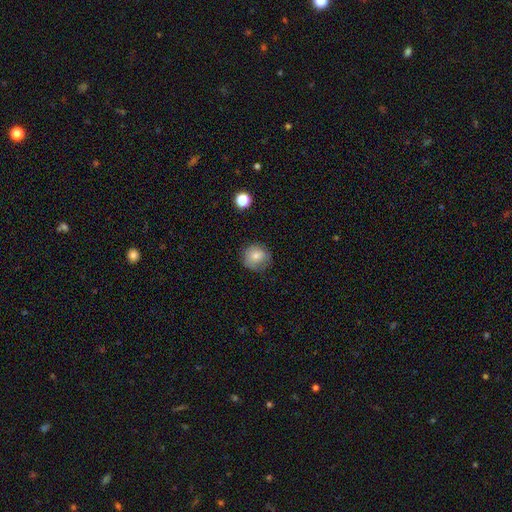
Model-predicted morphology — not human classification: This is likely a smooth galaxy (77%). How rounded: clearly round (88%). Merging: likely none (75%).